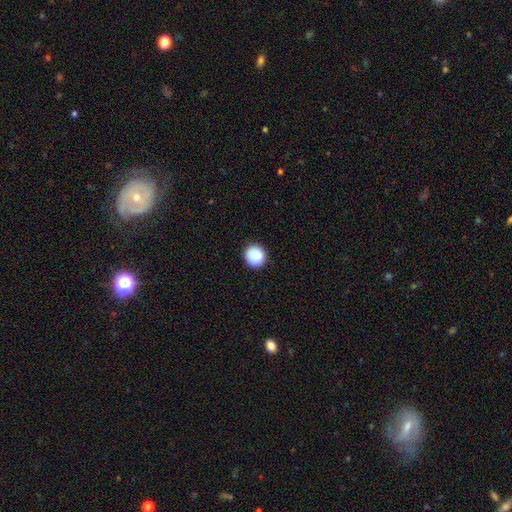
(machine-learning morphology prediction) This appears to be a smooth galaxy with no disk features (85%) that is round (93%). Merging: none (89%).